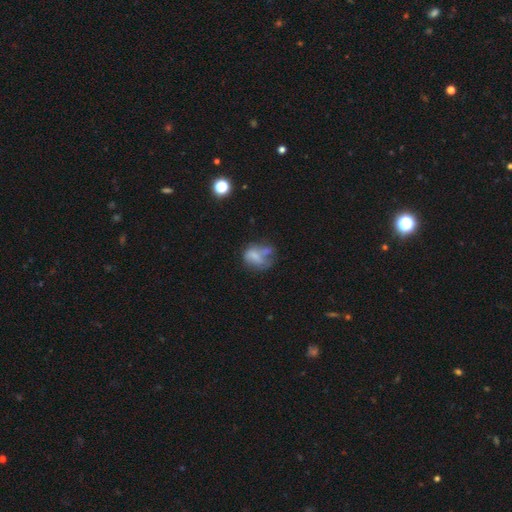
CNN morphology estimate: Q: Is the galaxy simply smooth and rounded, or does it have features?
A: smooth — 50%.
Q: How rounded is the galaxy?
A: in between — 58%.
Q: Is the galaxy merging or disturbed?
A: major disturbance — 31%.